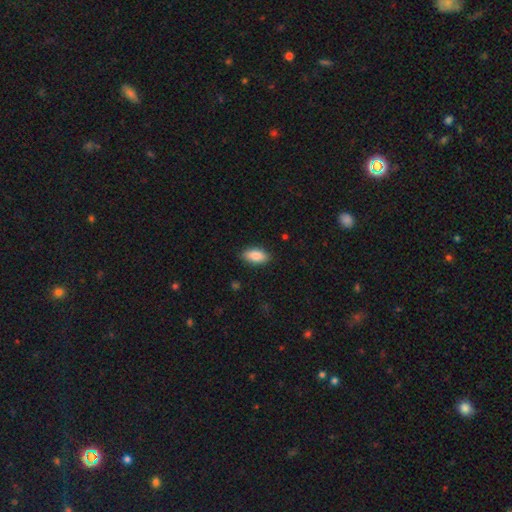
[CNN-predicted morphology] A smooth galaxy with no disk features (88%) that is in between round and cigar-shaped (91%). Merging: none (87%).